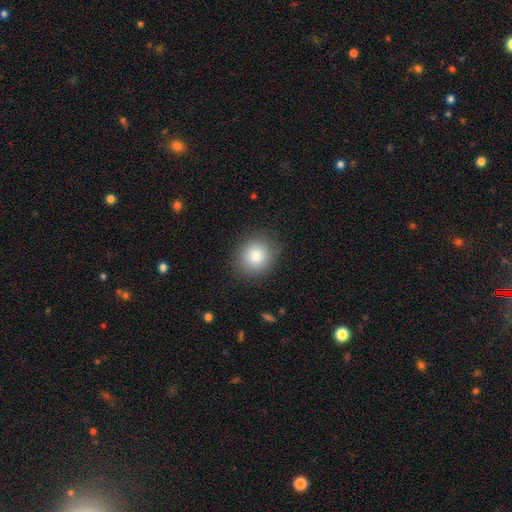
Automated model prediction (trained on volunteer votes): Smooth or featured? Predicted: smooth (p=0.83). How rounded? Predicted: round (p=0.82). Merging? Predicted: none (p=0.88).